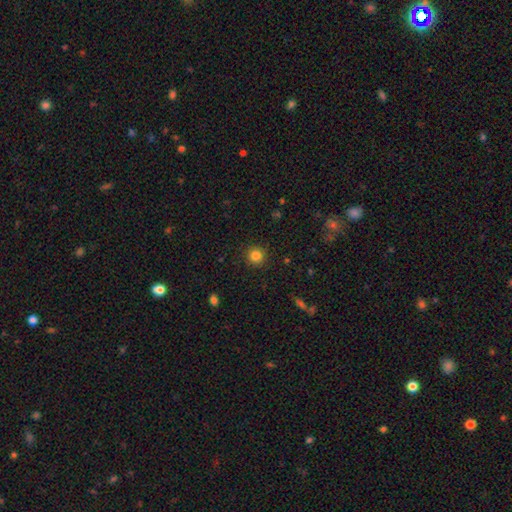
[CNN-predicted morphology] Smooth or featured? Predicted: smooth (p=0.83). How rounded? Predicted: round (p=0.95). Merging? Predicted: none (p=0.91).